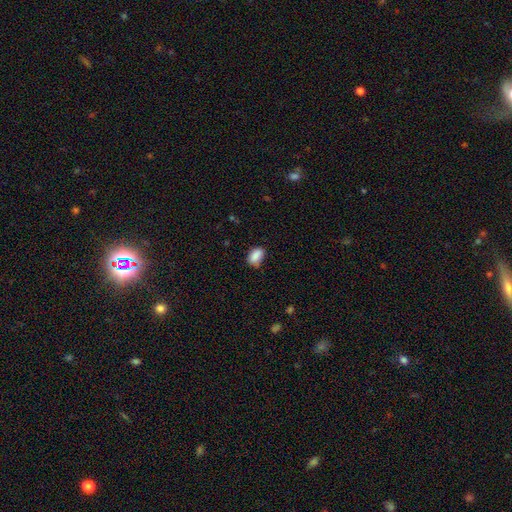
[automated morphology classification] This is clearly a smooth galaxy (87%). How rounded: clearly in between (85%). Merging: likely none (67%).